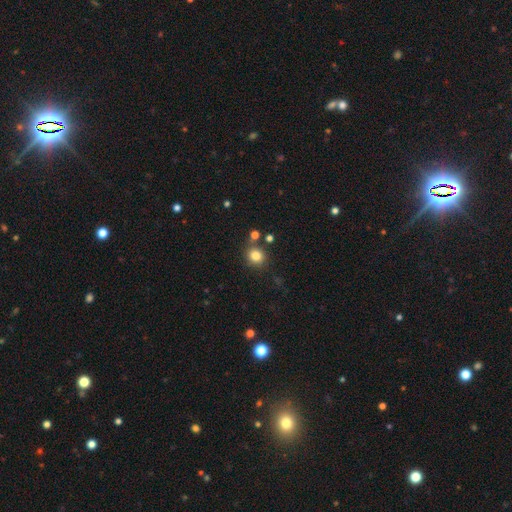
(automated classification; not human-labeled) smooth-or-featured: smooth: 82% | star or artifact: 12% | featured or disk: 6%
  how-rounded: round: 88% | in between: 11% | cigar-shaped: 1%
  merging: none: 79% | minor disturbance: 9% | merger: 8% | major disturbance: 3%